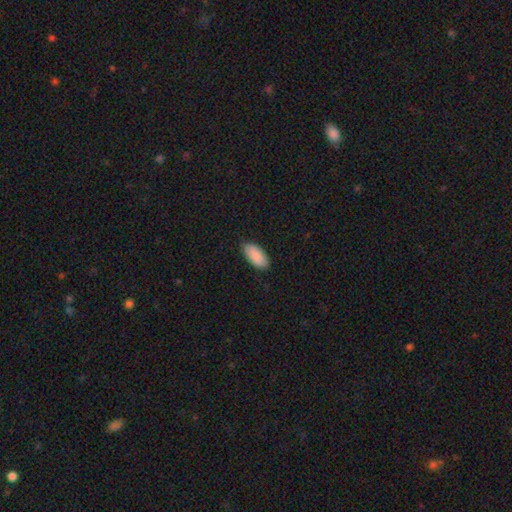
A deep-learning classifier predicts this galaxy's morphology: The model was most divided on "merging": none: 85%, minor disturbance: 13%, major disturbance: 2%, merger: 1%. More confident: how rounded — in between (92%); smooth or featured — smooth (90%).